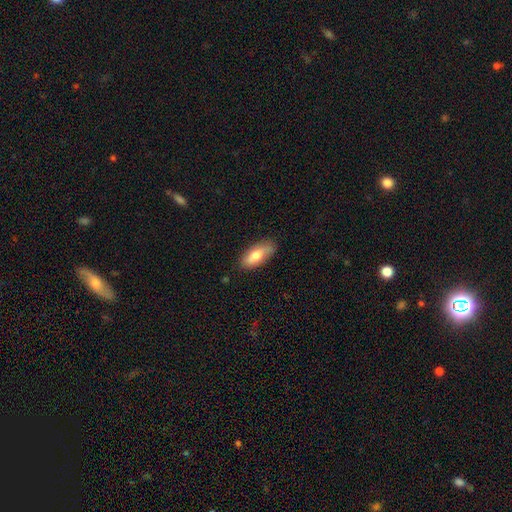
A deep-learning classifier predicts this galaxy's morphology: A smooth galaxy with no disk features (74%) that is in between round and cigar-shaped (81%). Merging: none (79%).